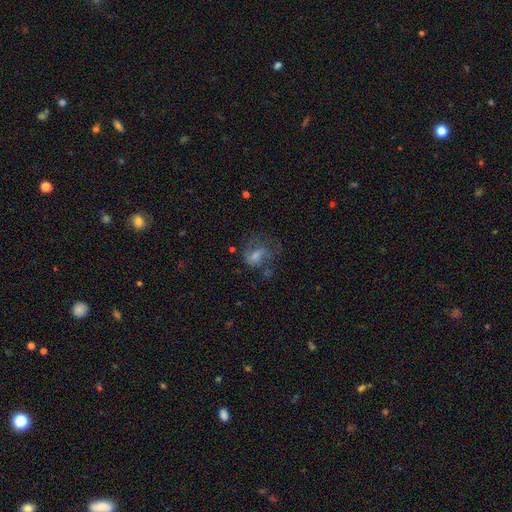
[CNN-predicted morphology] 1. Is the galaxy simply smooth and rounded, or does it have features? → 51% featured or disk, 32% smooth, 17% star or artifact.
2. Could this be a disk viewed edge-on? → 96% no, 4% yes.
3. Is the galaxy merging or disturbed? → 46% none, 28% major disturbance, 20% minor disturbance, 5% merger.